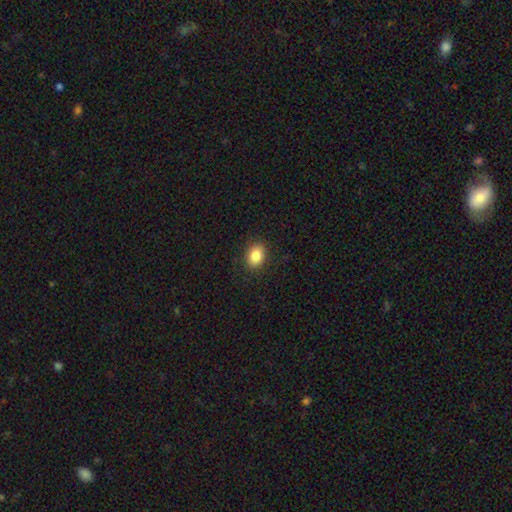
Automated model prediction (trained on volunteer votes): Q: Smooth or featured?
A: smooth (86%); runner-up: star or artifact (9%)
Q: How rounded?
A: in between (71%); runner-up: round (28%)
Q: Merging?
A: none (88%); runner-up: minor disturbance (8%)